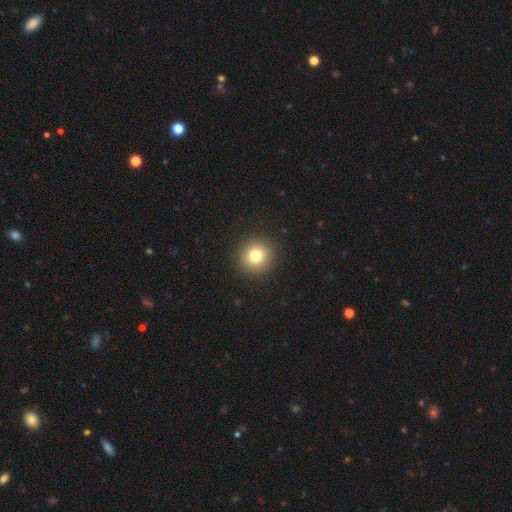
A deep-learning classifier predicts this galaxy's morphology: Smooth or featured?
  - smooth: 78% *
  - star or artifact: 13%
  - featured or disk: 9%
How rounded?
  - round: 93% *
  - in between: 6%
  - cigar-shaped: 1%
Merging?
  - none: 92% *
  - minor disturbance: 5%
  - major disturbance: 2%
  - merger: 1%